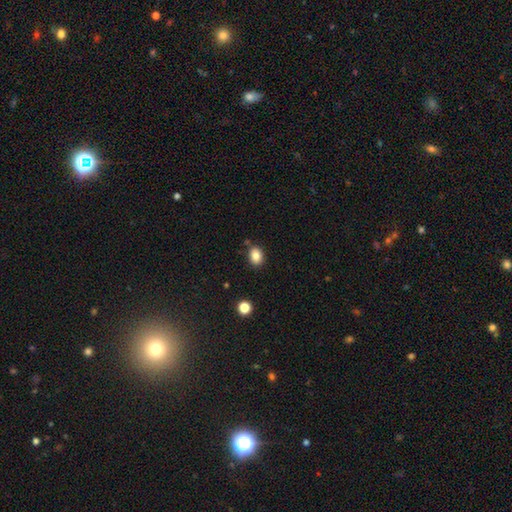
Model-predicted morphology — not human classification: Smooth or featured? smooth (84%)
How rounded? in between (66%)
Merging? none (82%)